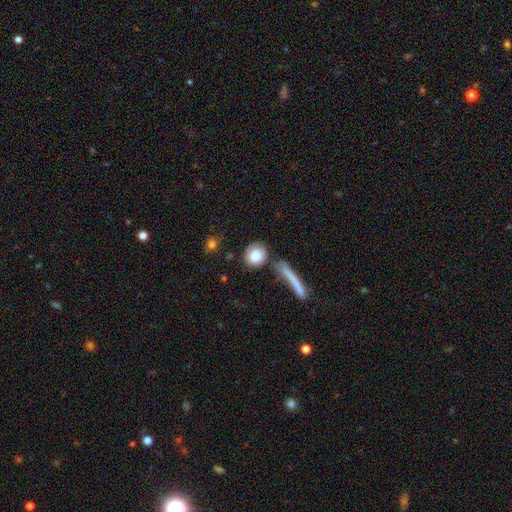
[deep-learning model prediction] The model was most divided on "how rounded": round: 75%, in between: 20%, cigar-shaped: 5%. More confident: smooth or featured — smooth (83%); merging — none (70%).